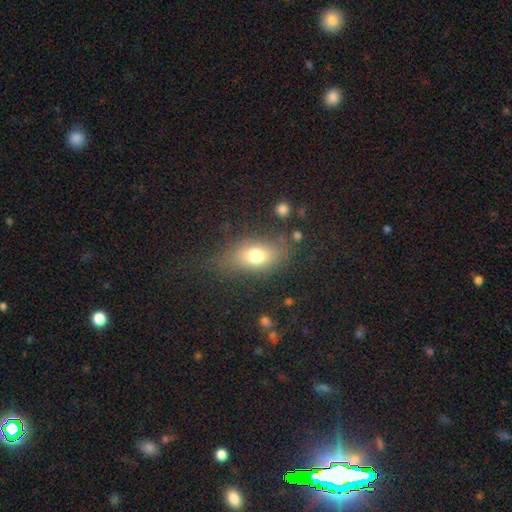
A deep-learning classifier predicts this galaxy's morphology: smooth 72%, featured or disk 17%, star or artifact 11%. Down the decision tree: how rounded — in between (80%); merging — none (69%).